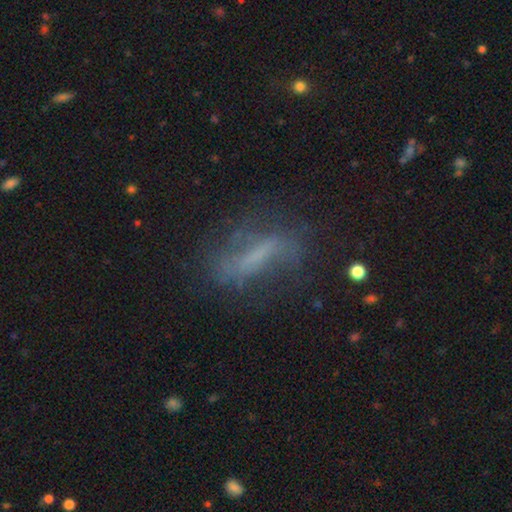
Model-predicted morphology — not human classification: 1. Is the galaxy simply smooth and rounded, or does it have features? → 50% featured or disk, 36% smooth, 14% star or artifact.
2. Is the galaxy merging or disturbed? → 63% none, 21% minor disturbance, 13% major disturbance, 3% merger.